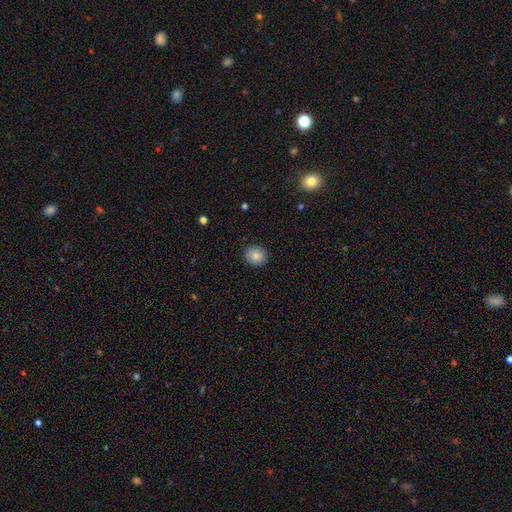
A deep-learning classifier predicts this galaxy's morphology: smooth 84%, star or artifact 9%, featured or disk 7%. Down the decision tree: how rounded — round (86%); merging — none (88%).